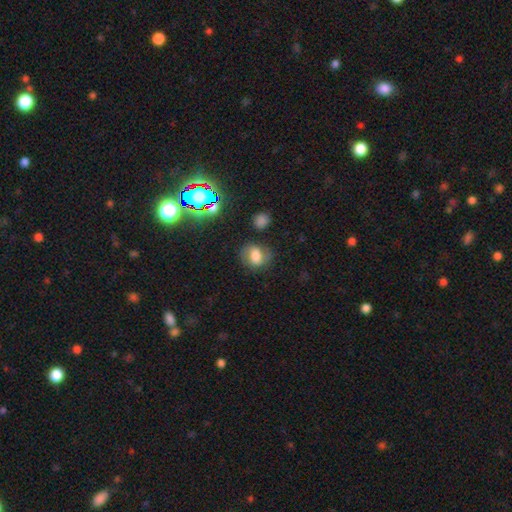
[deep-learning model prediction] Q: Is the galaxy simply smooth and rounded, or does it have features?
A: smooth — 60%.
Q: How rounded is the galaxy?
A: in between — 51%.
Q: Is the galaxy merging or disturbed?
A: none — 65%.